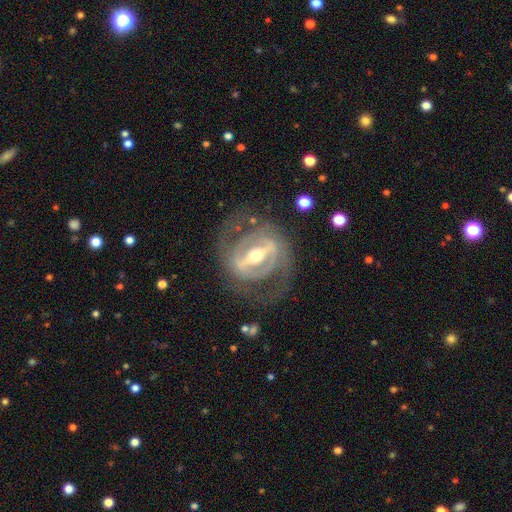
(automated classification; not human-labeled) Smooth or featured: featured or disk — 87% (smooth — 8%)
Edge-on disk: no — 91% (yes — 9%)
Bar: strong — 78% (weak — 16%)
Spiral arms: yes — 72% (no — 28%)
Spiral winding: tight — 50% (medium — 37%)
Spiral arm count: 2 — 77% (can't tell — 13%)
Bulge size: moderate — 67% (small — 23%)
Merging: none — 71% (minor disturbance — 14%)